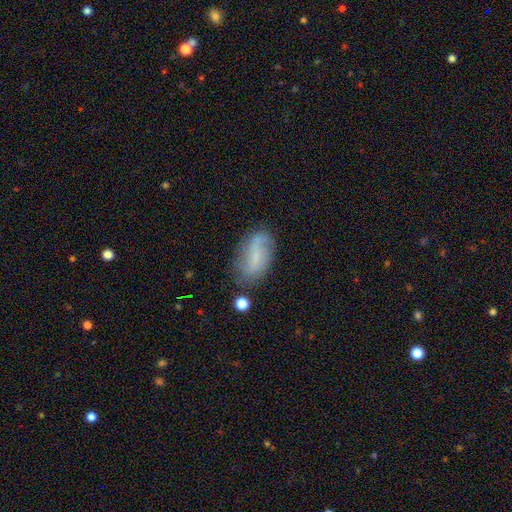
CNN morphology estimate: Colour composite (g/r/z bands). It shows a featured or disk galaxy (47%). Merging: none (64%).